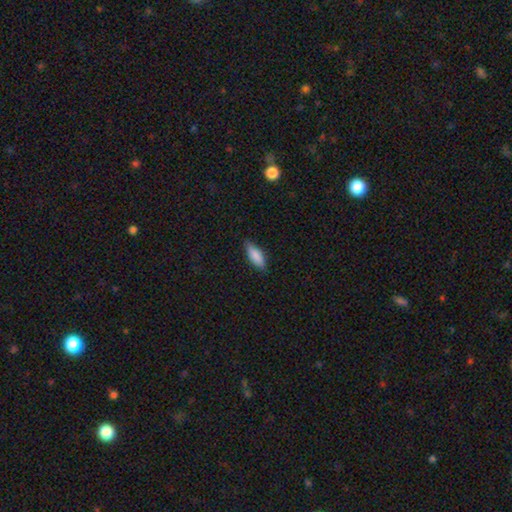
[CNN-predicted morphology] Overall: smooth (86%). How rounded: in between (74%). Merging: none (82%).